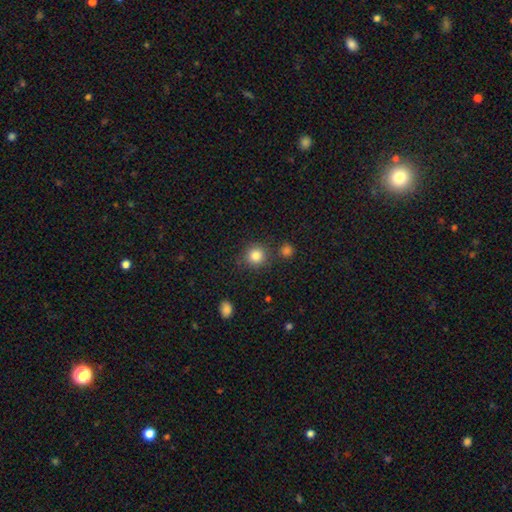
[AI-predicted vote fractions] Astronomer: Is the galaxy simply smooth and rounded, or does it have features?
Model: smooth — 84%.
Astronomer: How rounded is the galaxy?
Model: round — 91%.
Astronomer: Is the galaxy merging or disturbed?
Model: none — 81%.